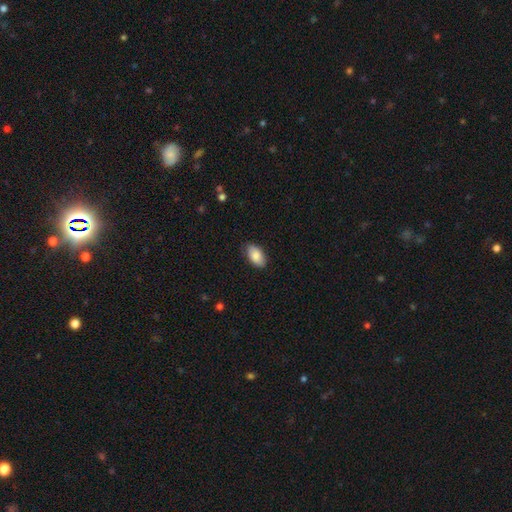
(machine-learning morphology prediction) A smooth galaxy with no disk features (86%) that is in between round and cigar-shaped (94%). Merging: none (83%).